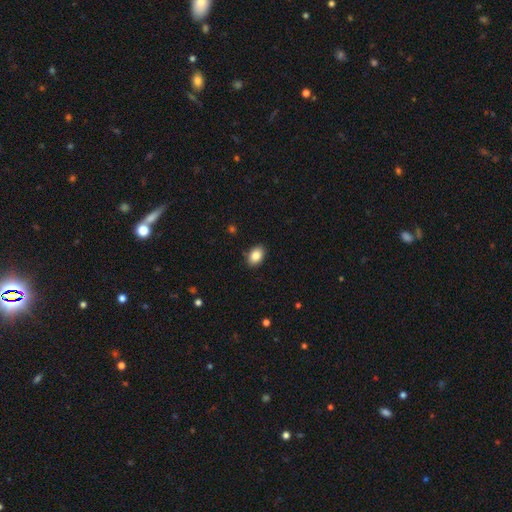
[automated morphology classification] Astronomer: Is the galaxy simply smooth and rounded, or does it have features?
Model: smooth — 86%.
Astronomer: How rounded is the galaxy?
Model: in between — 82%.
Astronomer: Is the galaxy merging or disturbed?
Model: none — 88%.